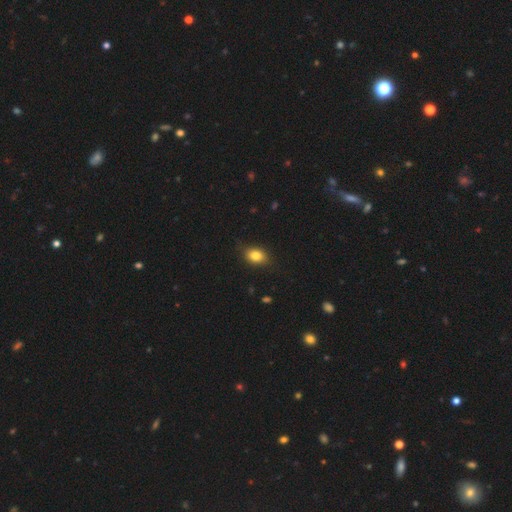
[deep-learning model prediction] This is clearly a smooth galaxy (83%). How rounded: likely in between (75%). Merging: clearly none (83%).